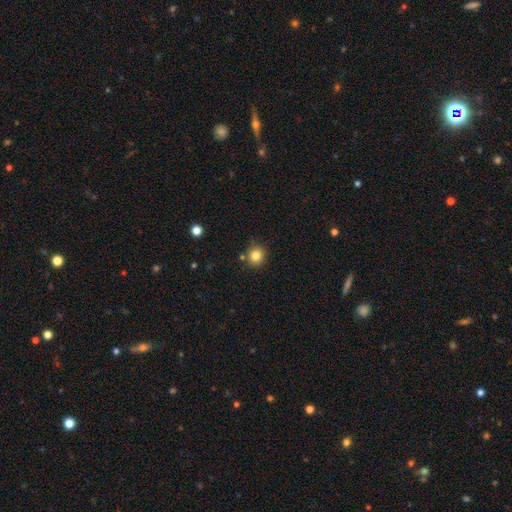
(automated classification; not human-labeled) Smooth or featured? Predicted: smooth (p=0.83). How rounded? Predicted: round (p=0.88). Merging? Predicted: none (p=0.82).